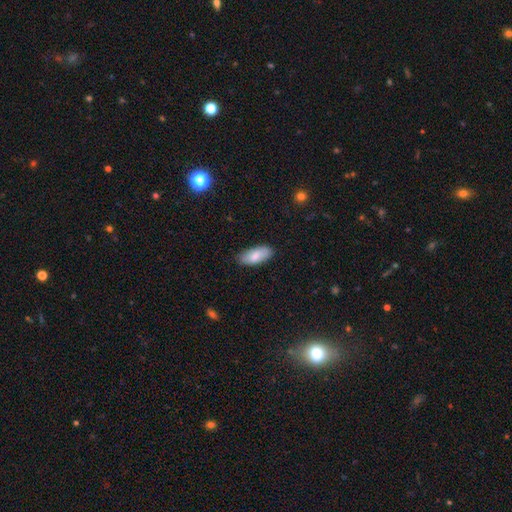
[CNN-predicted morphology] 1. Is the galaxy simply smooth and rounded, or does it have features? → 83% smooth, 11% featured or disk, 6% star or artifact.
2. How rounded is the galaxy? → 86% in between, 12% cigar-shaped, 2% round.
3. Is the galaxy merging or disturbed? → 82% none, 14% minor disturbance, 2% major disturbance, 1% merger.